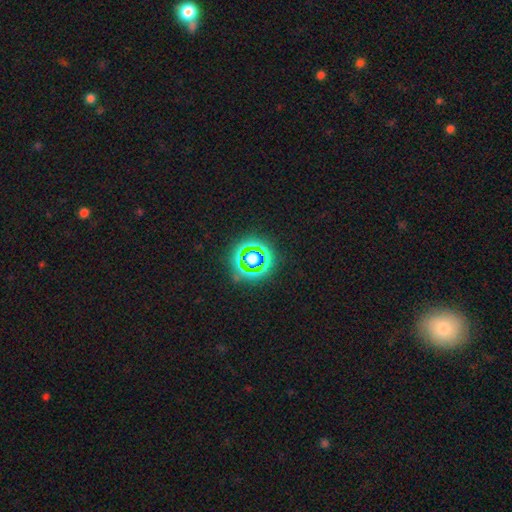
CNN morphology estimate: A star or artifact, not a galaxy (76%).

Vote fractions:
- Smooth or featured? star or artifact: 76% / smooth: 16% / featured or disk: 8%